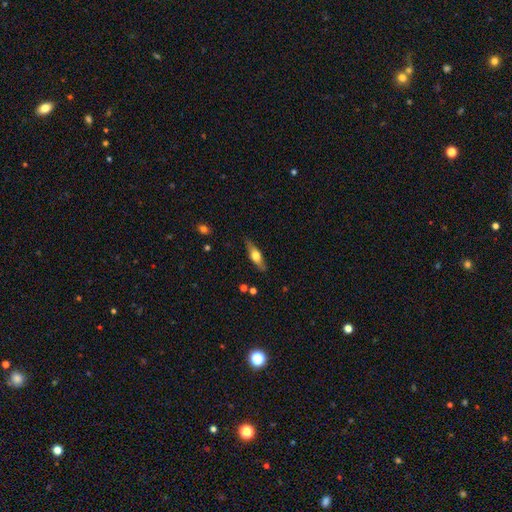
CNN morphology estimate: type=smooth (47%, tied with featured or disk); merging=none (83%).